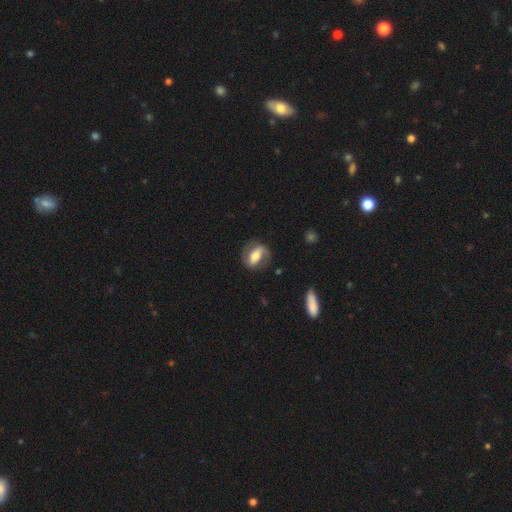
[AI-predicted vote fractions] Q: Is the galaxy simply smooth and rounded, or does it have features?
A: featured or disk — 66%.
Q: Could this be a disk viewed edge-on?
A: no — 91%.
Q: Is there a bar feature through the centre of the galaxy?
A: strong — 54%.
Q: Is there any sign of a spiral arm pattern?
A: yes — 78%.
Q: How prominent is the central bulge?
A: moderate — 60%.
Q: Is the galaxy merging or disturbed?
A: none — 74%.